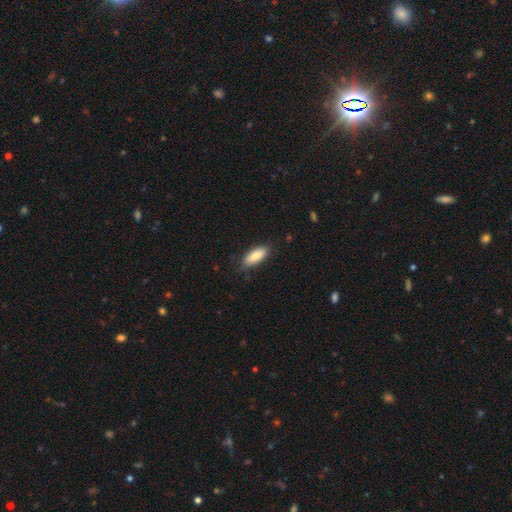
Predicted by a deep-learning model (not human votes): Smooth or featured? smooth (81%)
How rounded? in between (75%)
Merging? none (75%)